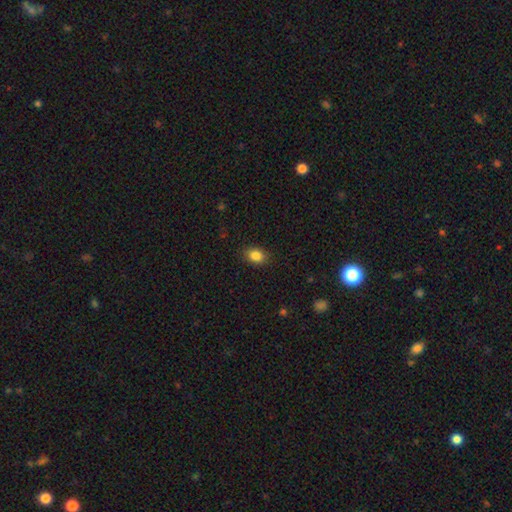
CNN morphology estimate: Smooth or featured? Predicted: smooth (p=0.85). How rounded? Predicted: in between (p=0.69). Merging? Predicted: none (p=0.87).